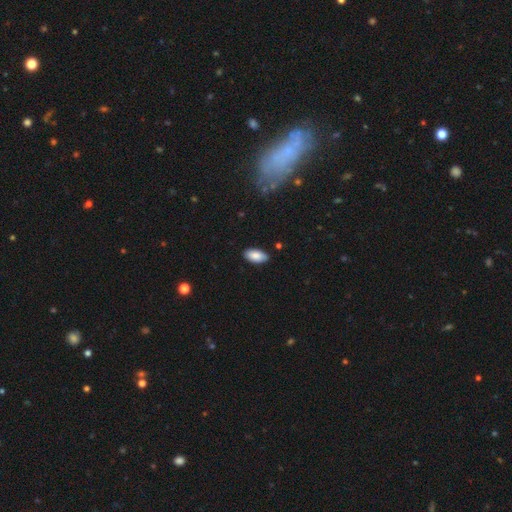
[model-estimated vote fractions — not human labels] A smooth galaxy with no disk features (87%) that is in between round and cigar-shaped (94%). Merging: none (87%).